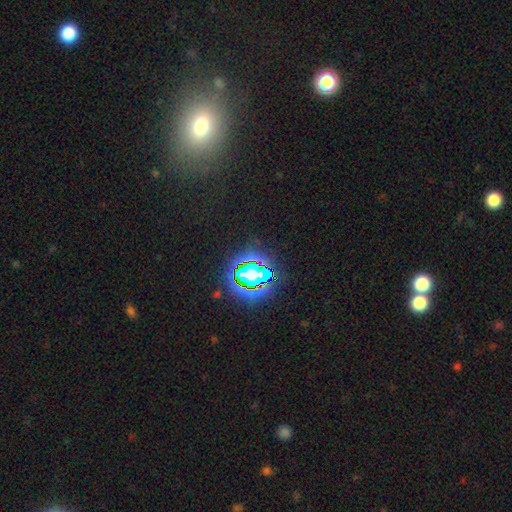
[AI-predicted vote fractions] The model was most divided on "smooth or featured": star or artifact: 70%, smooth: 21%, featured or disk: 9%.